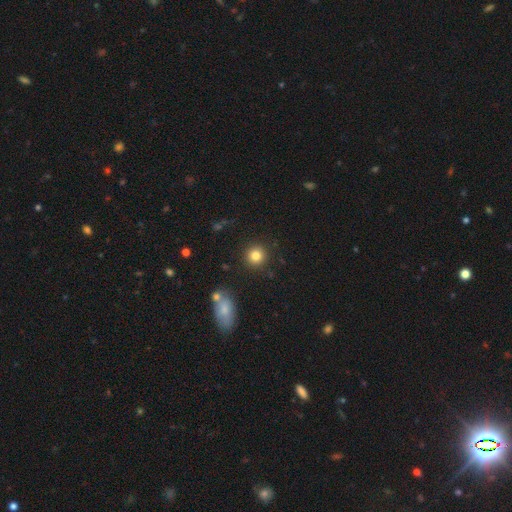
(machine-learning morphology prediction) smooth_or_featured: smooth (p=0.82) [alt: star or artifact p=0.11]
how_rounded: round (p=0.93) [alt: in between p=0.06]
merging: none (p=0.89) [alt: minor disturbance p=0.06]